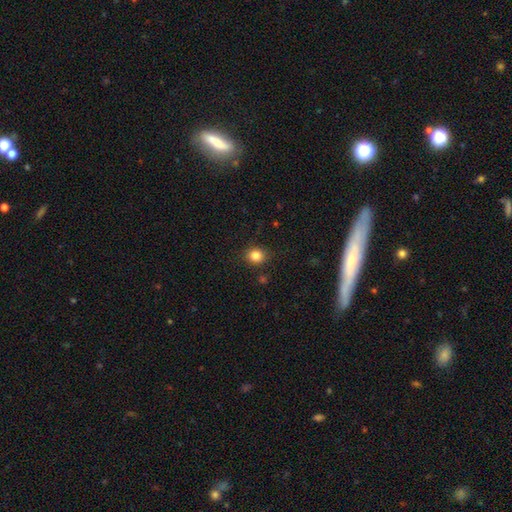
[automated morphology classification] Overall: smooth (83%). How rounded: round (77%). Merging: none (88%).